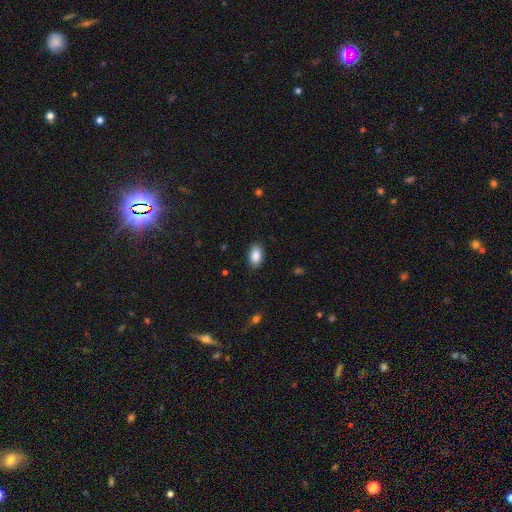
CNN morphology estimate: Smooth or featured? Predicted: smooth (p=0.89). How rounded? Predicted: in between (p=0.93). Merging? Predicted: none (p=0.88).